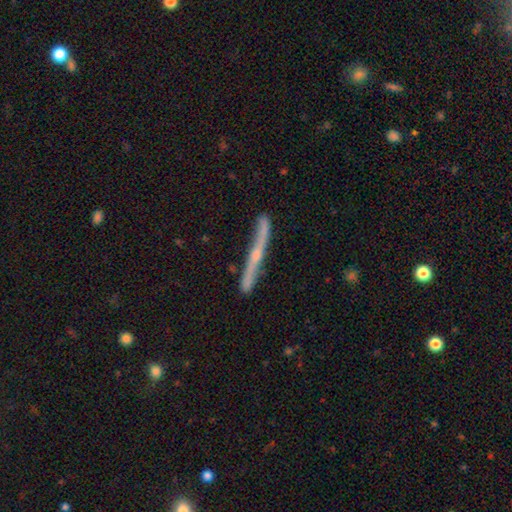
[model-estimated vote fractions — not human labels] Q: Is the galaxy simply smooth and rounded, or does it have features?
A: featured or disk — 76%.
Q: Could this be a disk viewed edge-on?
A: yes — 91%.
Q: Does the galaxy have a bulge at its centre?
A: rounded — 64%.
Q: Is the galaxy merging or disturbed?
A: none — 78%.